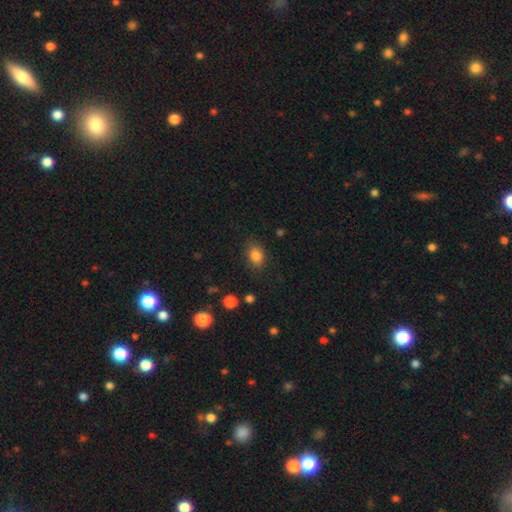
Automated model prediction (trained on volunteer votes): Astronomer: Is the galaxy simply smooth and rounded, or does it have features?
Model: smooth — 84%.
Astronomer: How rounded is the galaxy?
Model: in between — 71%.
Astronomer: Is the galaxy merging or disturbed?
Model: none — 82%.